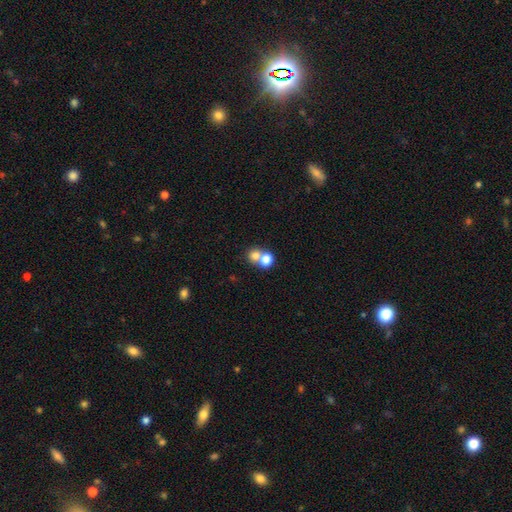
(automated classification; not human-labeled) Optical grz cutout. It shows a smooth galaxy with no disk features (75%) that is round (79%). Merging: merger (58%).